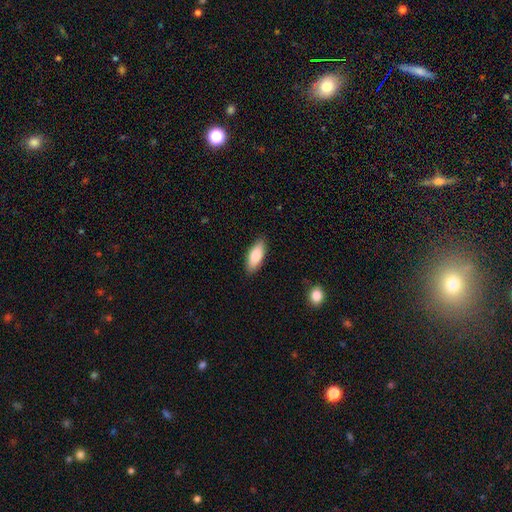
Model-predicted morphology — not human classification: A smooth galaxy with no disk features (80%) that is in between round and cigar-shaped (76%).

Vote fractions:
- Smooth or featured? smooth: 80% / featured or disk: 14% / star or artifact: 6%
- How rounded? in between: 76% / cigar-shaped: 22% / round: 2%
- Merging? none: 88% / minor disturbance: 9% / major disturbance: 2% / merger: 1%